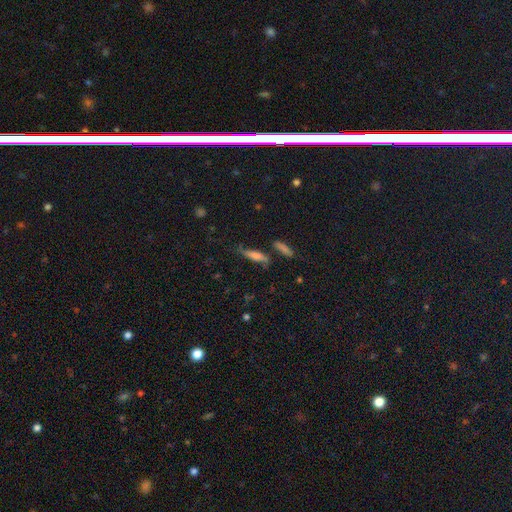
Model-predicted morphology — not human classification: A featured or disk galaxy (45%). Merging: none (65%).